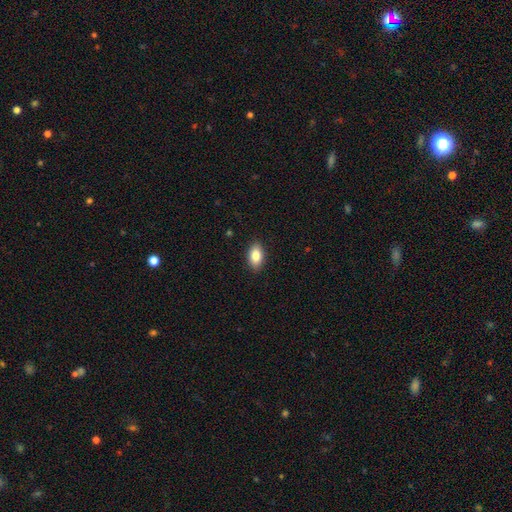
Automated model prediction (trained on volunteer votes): A smooth galaxy with no disk features (85%) that is in between round and cigar-shaped (92%).

Vote fractions:
- Smooth or featured? smooth: 85% / featured or disk: 8% / star or artifact: 7%
- How rounded? in between: 92% / round: 5% / cigar-shaped: 3%
- Merging? none: 89% / minor disturbance: 8% / major disturbance: 2% / merger: 1%